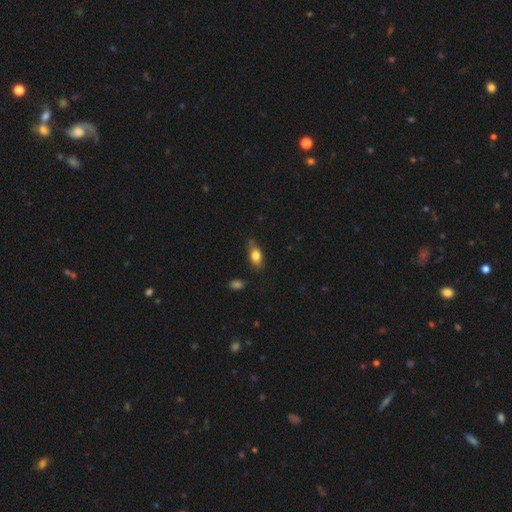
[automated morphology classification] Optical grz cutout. It shows a smooth galaxy with no disk features (79%) that is in between round and cigar-shaped (83%). Merging: none (70%).